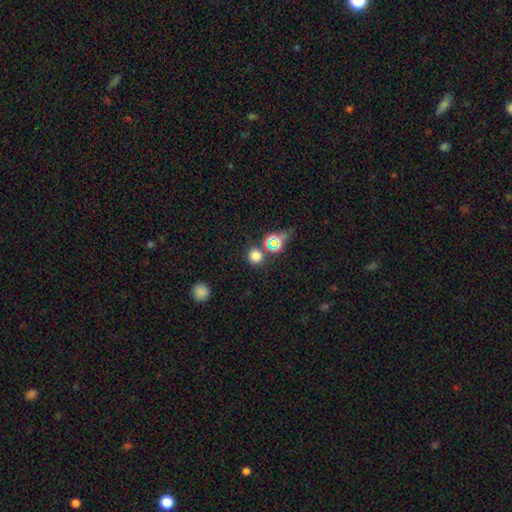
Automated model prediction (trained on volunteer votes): A smooth galaxy with no disk features (71%) that is round (88%). Merging: none (78%).